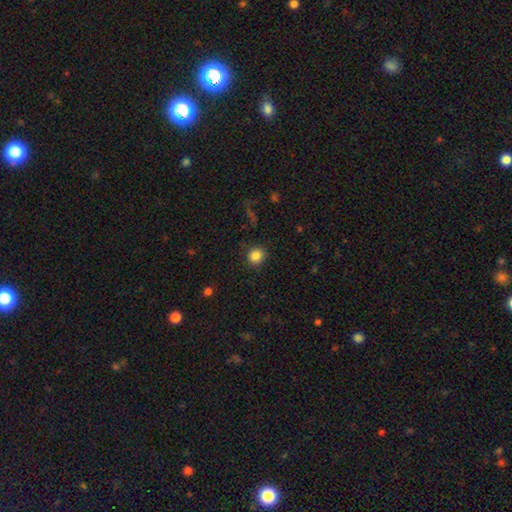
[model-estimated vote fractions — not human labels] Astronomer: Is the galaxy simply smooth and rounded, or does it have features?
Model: smooth — 85%.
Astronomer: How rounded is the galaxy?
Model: round — 83%.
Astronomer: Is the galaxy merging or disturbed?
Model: none — 89%.